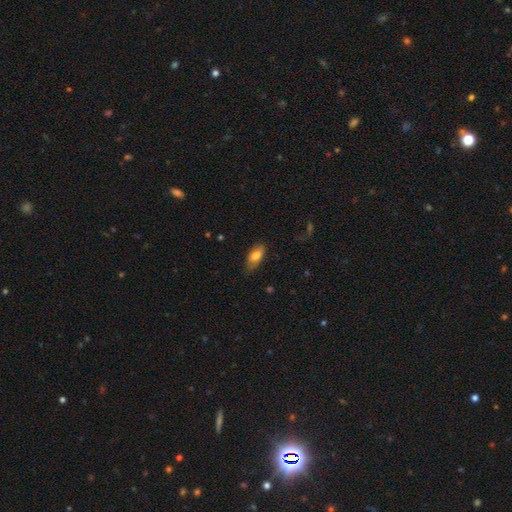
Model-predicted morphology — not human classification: Smooth or featured: smooth — 78% (featured or disk — 15%)
How rounded: in between — 86% (cigar-shaped — 11%)
Merging: none — 71% (minor disturbance — 24%)